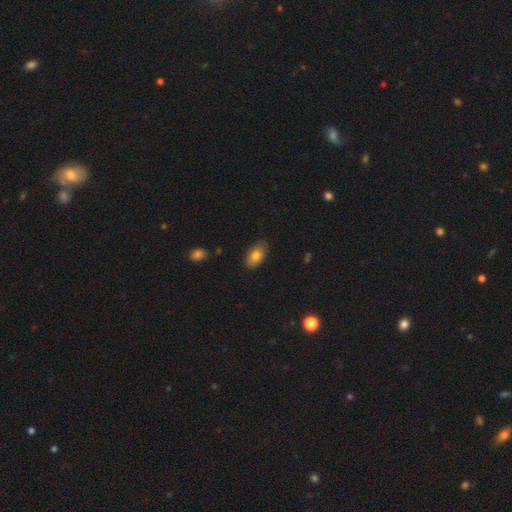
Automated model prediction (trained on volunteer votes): A smooth galaxy with no disk features (79%) that is in between round and cigar-shaped (92%).

Vote fractions:
- Smooth or featured? smooth: 79% / featured or disk: 13% / star or artifact: 8%
- How rounded? in between: 92% / round: 5% / cigar-shaped: 2%
- Merging? none: 81% / minor disturbance: 15% / major disturbance: 3% / merger: 1%